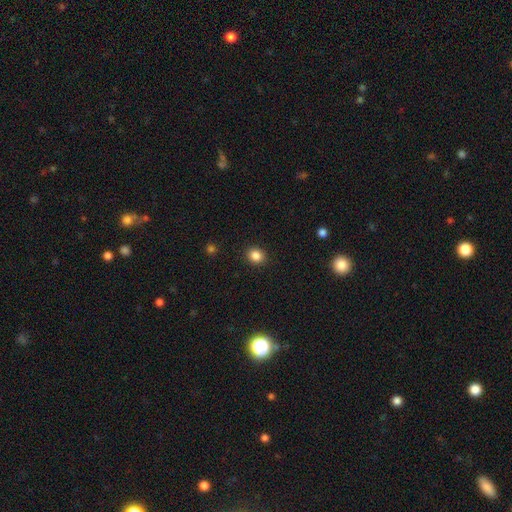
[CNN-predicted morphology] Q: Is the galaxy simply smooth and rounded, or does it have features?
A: smooth — 85%.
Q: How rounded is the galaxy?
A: round — 69%.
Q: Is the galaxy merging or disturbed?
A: none — 91%.